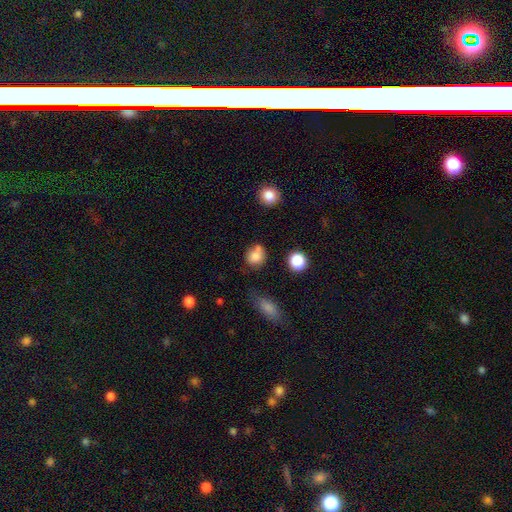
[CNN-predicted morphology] Smooth or featured?
  - smooth: 79% *
  - star or artifact: 11%
  - featured or disk: 9%
How rounded?
  - round: 74% *
  - in between: 24%
  - cigar-shaped: 1%
Merging?
  - none: 54% *
  - merger: 20%
  - minor disturbance: 20%
  - major disturbance: 7%